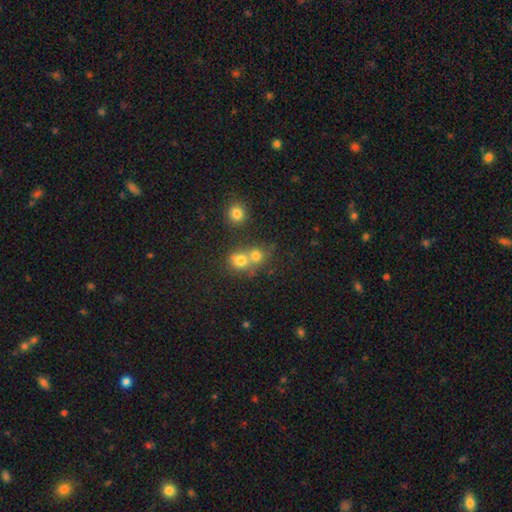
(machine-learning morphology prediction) type=smooth (75%); roundness=round (82%); merging=merger (48%).